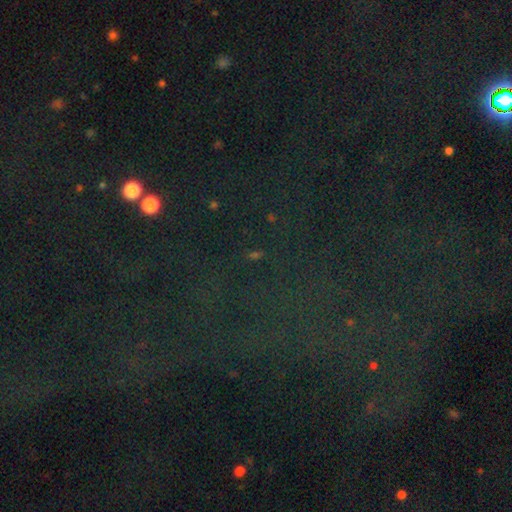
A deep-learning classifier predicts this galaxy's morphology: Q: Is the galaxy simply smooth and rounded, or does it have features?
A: star or artifact — 74%.